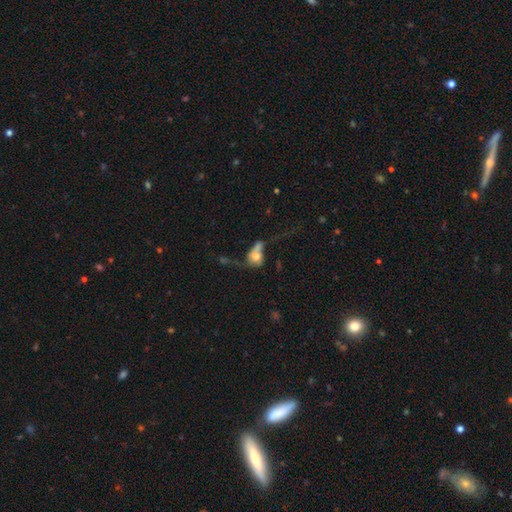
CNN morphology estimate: smooth 57%, featured or disk 32%, star or artifact 11%. Down the decision tree: how rounded — in between (51%); merging — merger (45%).